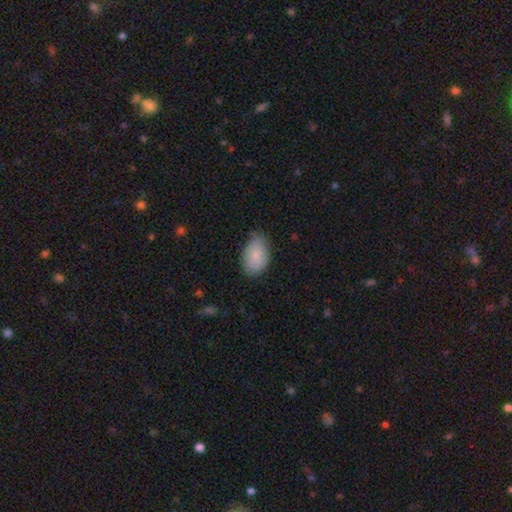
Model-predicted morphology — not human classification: Overall: smooth (85%). How rounded: in between (91%). Merging: none (75%).